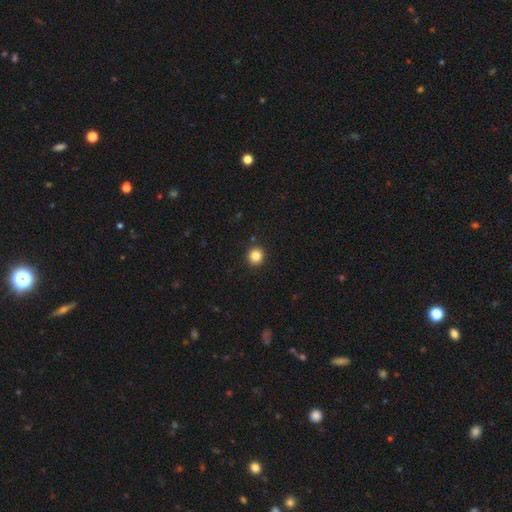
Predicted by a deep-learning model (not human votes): Q: Smooth or featured?
A: smooth (83%); runner-up: star or artifact (12%)
Q: How rounded?
A: round (93%); runner-up: in between (6%)
Q: Merging?
A: none (92%); runner-up: minor disturbance (5%)